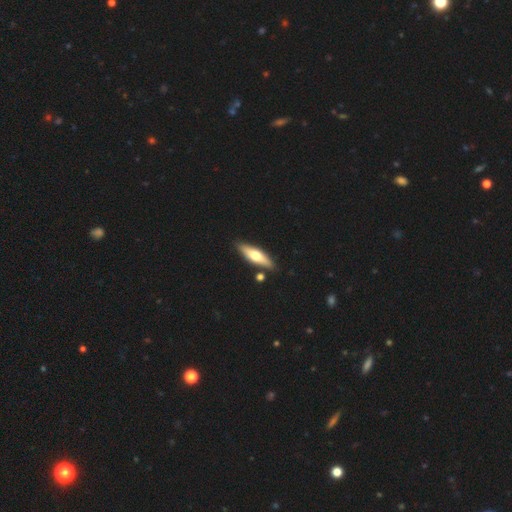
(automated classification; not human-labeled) smooth-or-featured: smooth: 49% | featured or disk: 46% | star or artifact: 5%
  merging: none: 84% | minor disturbance: 9% | merger: 5% | major disturbance: 2%